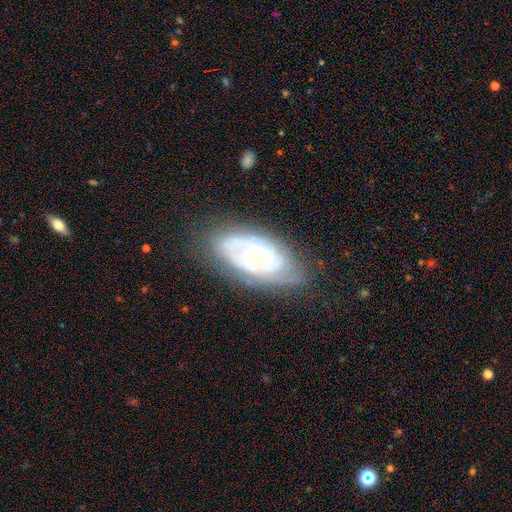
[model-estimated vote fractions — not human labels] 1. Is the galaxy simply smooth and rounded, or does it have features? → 70% featured or disk, 22% smooth, 7% star or artifact.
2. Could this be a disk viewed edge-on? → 92% no, 8% yes.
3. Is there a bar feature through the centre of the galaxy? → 80% no, 16% weak, 5% strong.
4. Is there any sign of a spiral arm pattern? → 66% yes, 34% no.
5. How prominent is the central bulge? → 72% small, 22% moderate, 3% none, 2% large, 1% dominant.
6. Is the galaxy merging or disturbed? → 68% none, 22% minor disturbance, 8% major disturbance, 2% merger.